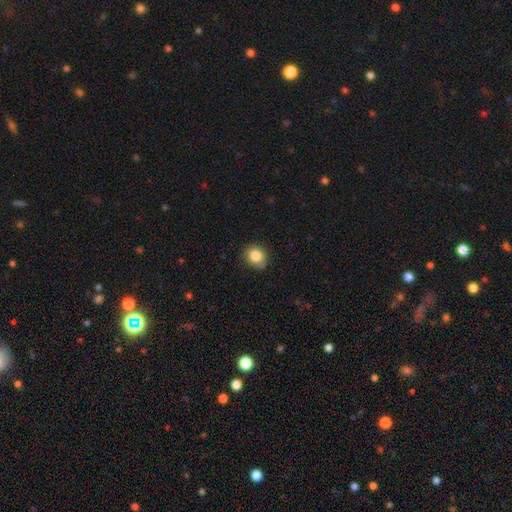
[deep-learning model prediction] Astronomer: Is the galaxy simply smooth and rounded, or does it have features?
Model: smooth — 83%.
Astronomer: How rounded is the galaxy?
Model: round — 73%.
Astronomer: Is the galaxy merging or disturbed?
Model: none — 78%.